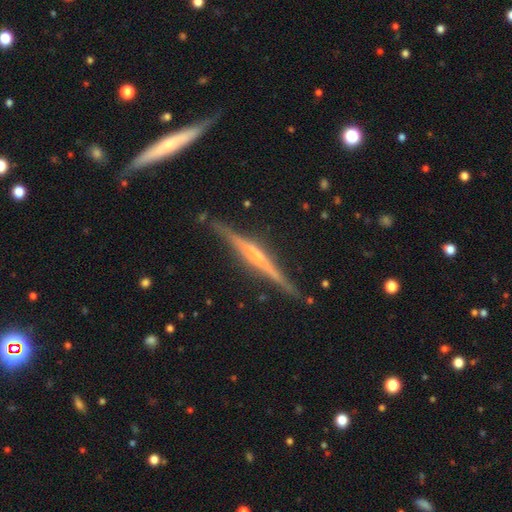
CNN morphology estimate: type=featured or disk (83%); edge-on=yes (98%); edge-on bulge=rounded (75%); merging=none (88%).